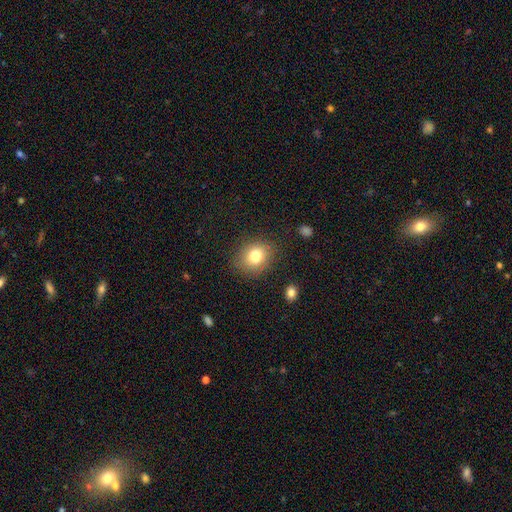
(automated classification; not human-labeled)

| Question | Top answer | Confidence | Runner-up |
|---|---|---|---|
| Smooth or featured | smooth | 79% | star or artifact (11%) |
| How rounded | round | 62% | in between (37%) |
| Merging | none | 83% | minor disturbance (12%) |